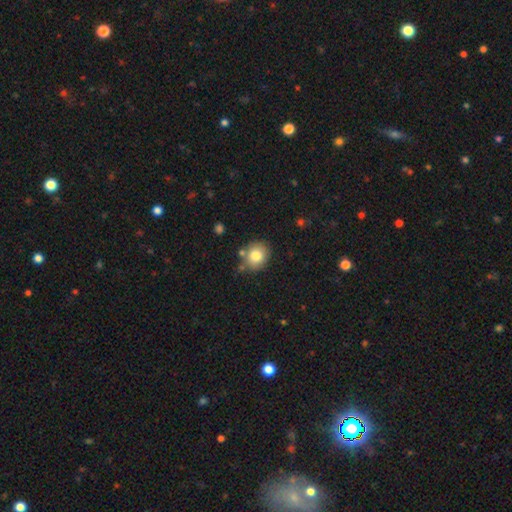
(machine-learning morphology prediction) A smooth galaxy with no disk features (79%) that is round (71%).

Vote fractions:
- Smooth or featured? smooth: 79% / featured or disk: 11% / star or artifact: 10%
- How rounded? round: 71% / in between: 28% / cigar-shaped: 1%
- Merging? none: 74% / minor disturbance: 14% / merger: 9% / major disturbance: 4%